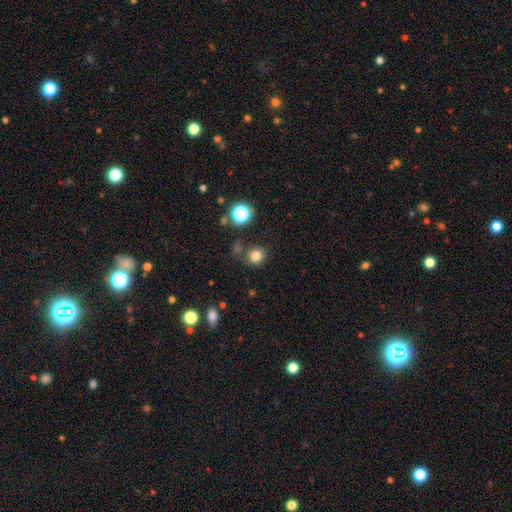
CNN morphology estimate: type=smooth (79%); roundness=round (86%); merging=none (80%).